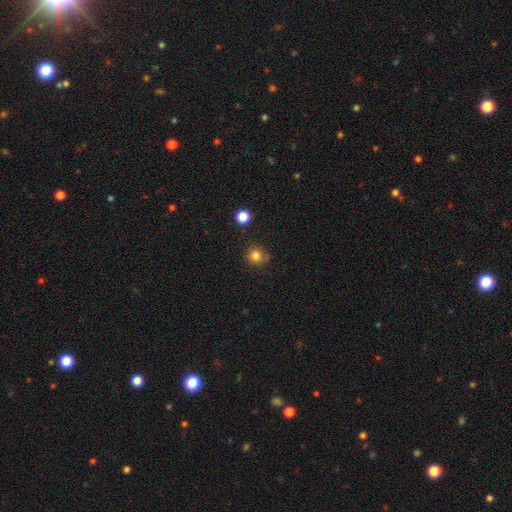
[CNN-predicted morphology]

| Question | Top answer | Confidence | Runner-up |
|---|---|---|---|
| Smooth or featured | smooth | 83% | star or artifact (12%) |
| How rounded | round | 91% | in between (8%) |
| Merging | none | 84% | minor disturbance (11%) |